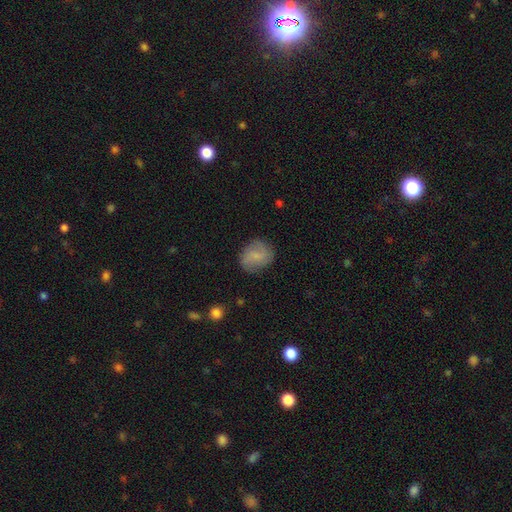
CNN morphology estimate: type=smooth (62%); roundness=round (67%); merging=none (77%).